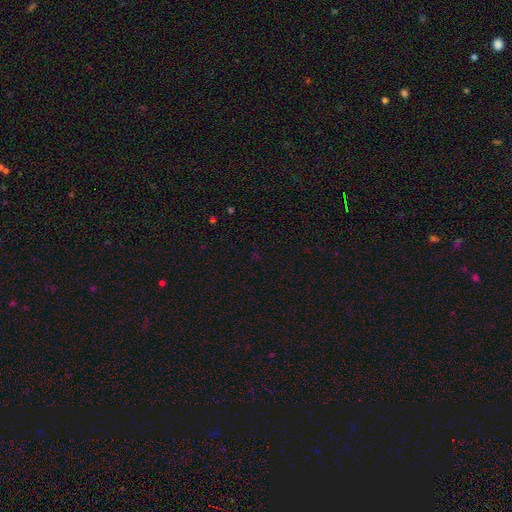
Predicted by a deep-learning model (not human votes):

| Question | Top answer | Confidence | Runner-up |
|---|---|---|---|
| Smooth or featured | star or artifact | 71% | smooth (22%) |